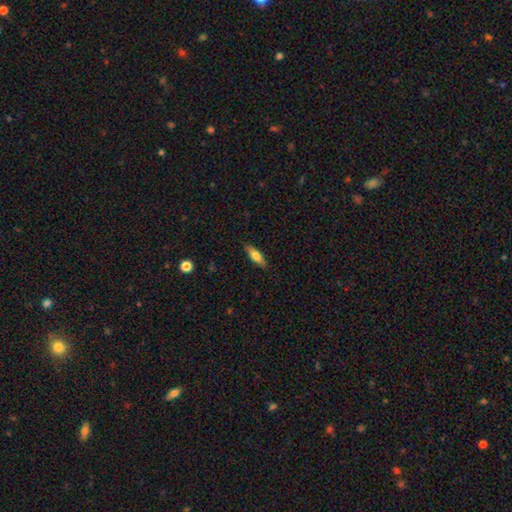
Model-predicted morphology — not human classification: Smooth or featured? Predicted: smooth (p=0.66). How rounded? Predicted: cigar-shaped (p=0.49). Merging? Predicted: none (p=0.88).